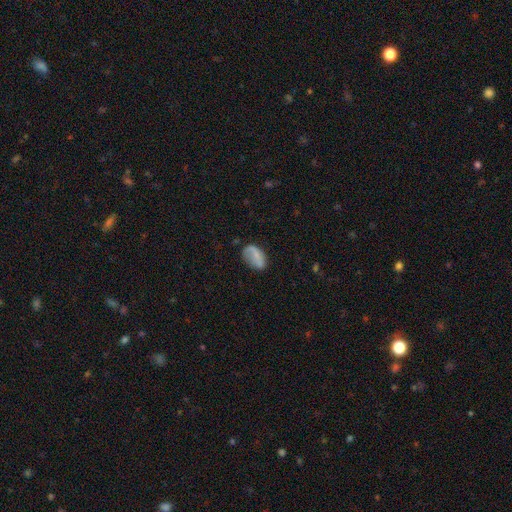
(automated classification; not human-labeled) The model was most divided on "merging": none: 49%, minor disturbance: 29%, major disturbance: 18%, merger: 3%. More confident: how rounded — in between (90%); smooth or featured — smooth (64%).